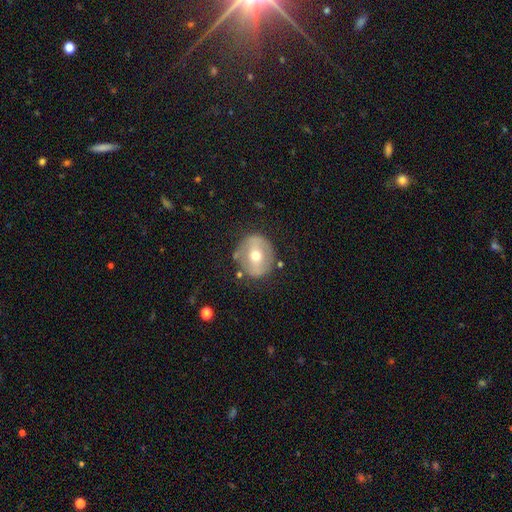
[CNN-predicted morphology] featured or disk 54%, smooth 38%, star or artifact 8%. Down the decision tree: edge-on disk — no (93%); bar — strong (37%); spiral arms — no (73%); bulge size — moderate (73%); merging — none (79%).